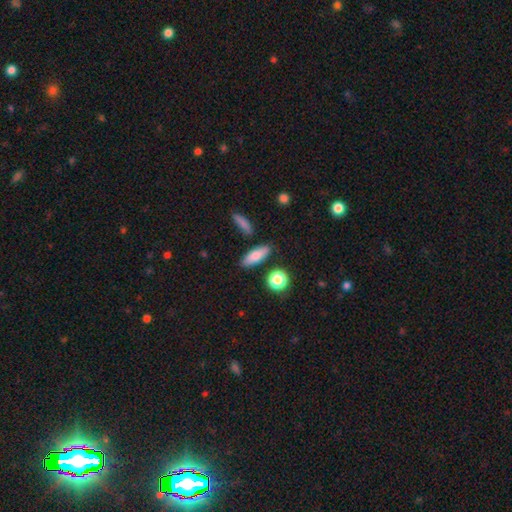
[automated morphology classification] Overall: smooth (81%). How rounded: in between (61%; cigar-shaped 33%). Merging: none (83%).